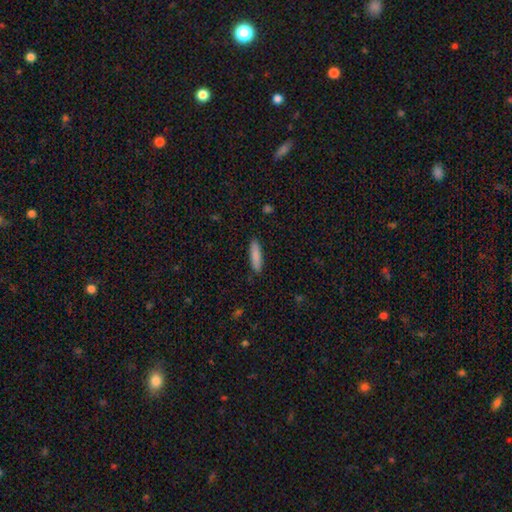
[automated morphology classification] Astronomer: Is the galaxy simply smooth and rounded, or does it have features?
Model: smooth — 86%.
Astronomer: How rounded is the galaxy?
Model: cigar-shaped — 72%.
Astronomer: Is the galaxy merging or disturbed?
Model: none — 88%.